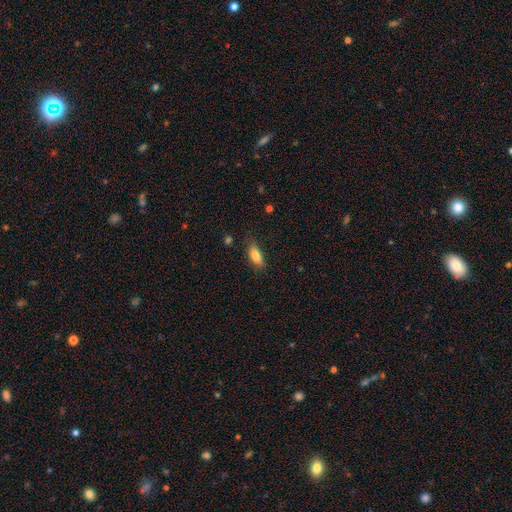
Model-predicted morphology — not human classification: Smooth or featured? Predicted: smooth (p=0.81). How rounded? Predicted: in between (p=0.80). Merging? Predicted: none (p=0.76).